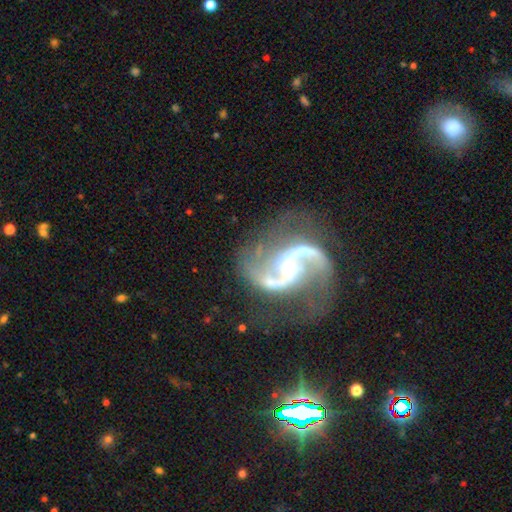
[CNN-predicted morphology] A featured or disk galaxy (92%) with no bar (41%), 2 (93%) loose (49%) spiral arms (98%) and a small central bulge (63%). Merging: none (67%).